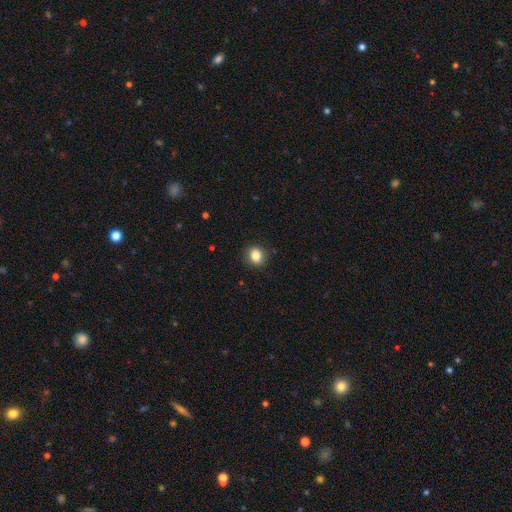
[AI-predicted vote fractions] Morphology: type=smooth (84%); roundness=round (66%); merging=none (88%).